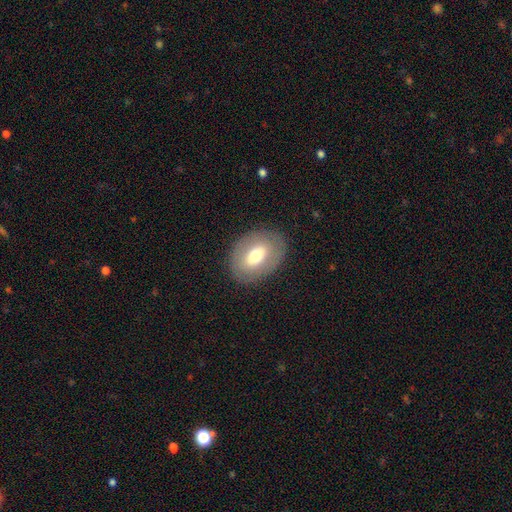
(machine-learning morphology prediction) Smooth or featured?
  - smooth: 59% *
  - featured or disk: 33%
  - star or artifact: 8%
How rounded?
  - in between: 79% *
  - round: 20%
  - cigar-shaped: 1%
Merging?
  - none: 85% *
  - minor disturbance: 10%
  - major disturbance: 4%
  - merger: 1%